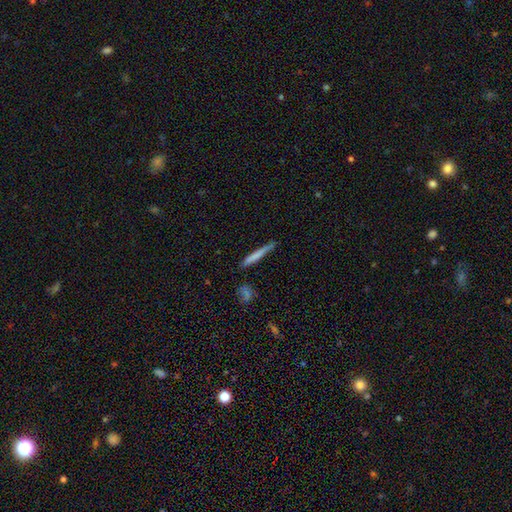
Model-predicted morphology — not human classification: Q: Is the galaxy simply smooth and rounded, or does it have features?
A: smooth — 67%.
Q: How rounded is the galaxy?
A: cigar-shaped — 95%.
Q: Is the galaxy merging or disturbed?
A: none — 78%.